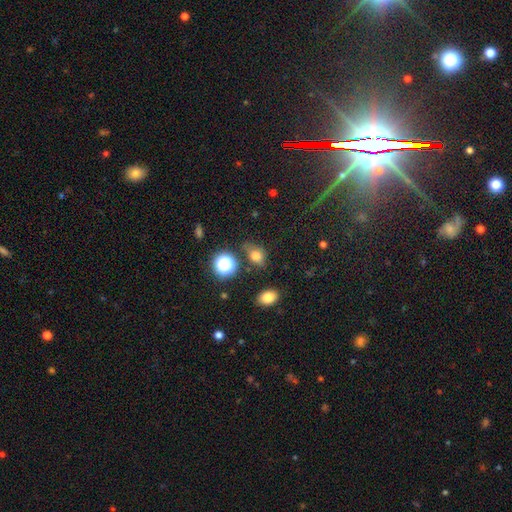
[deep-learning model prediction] This appears to be a smooth galaxy with no disk features (72%) that is in between round and cigar-shaped (60%). Merging: none (66%).